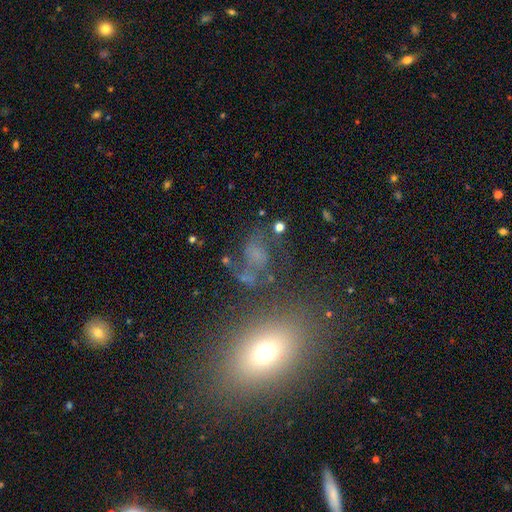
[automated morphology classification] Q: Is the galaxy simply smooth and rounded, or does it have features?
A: featured or disk — 40%.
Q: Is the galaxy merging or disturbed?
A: none — 53%.